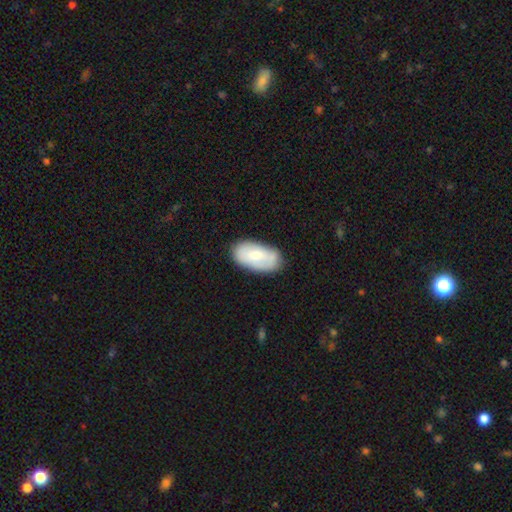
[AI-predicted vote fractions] A smooth galaxy with no disk features (69%) that is in between round and cigar-shaped (95%).

Vote fractions:
- Smooth or featured? smooth: 69% / featured or disk: 26% / star or artifact: 6%
- How rounded? in between: 95% / round: 3% / cigar-shaped: 2%
- Merging? none: 74% / minor disturbance: 20% / major disturbance: 4% / merger: 2%